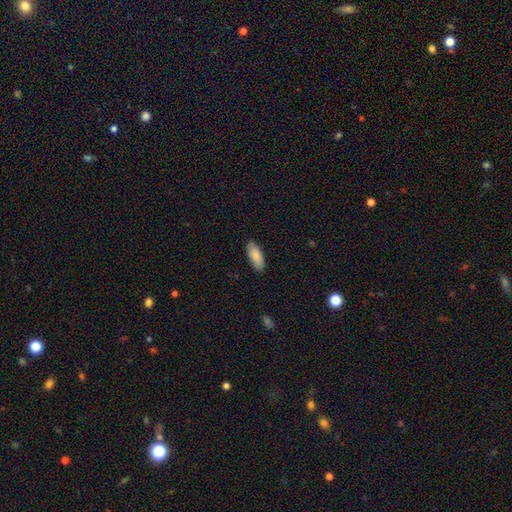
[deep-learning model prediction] smooth 85%, featured or disk 9%, star or artifact 6%. Down the decision tree: how rounded — in between (83%); merging — none (88%).